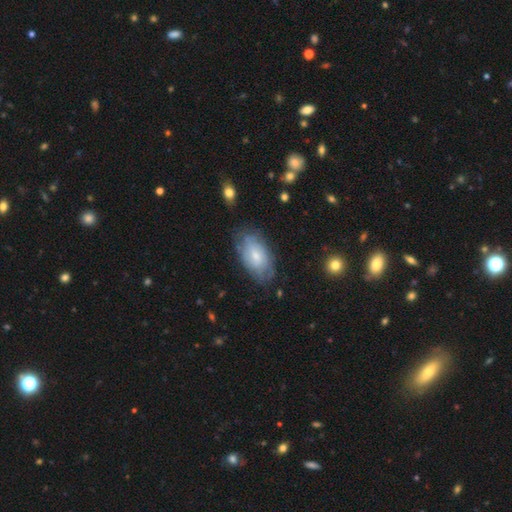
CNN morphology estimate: type=featured or disk (49%); merging=none (69%).